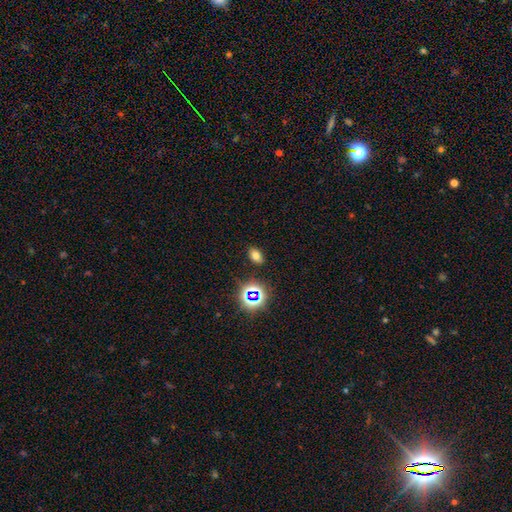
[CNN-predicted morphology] Overall: smooth (69%). How rounded: in between (84%). Merging: none (87%).